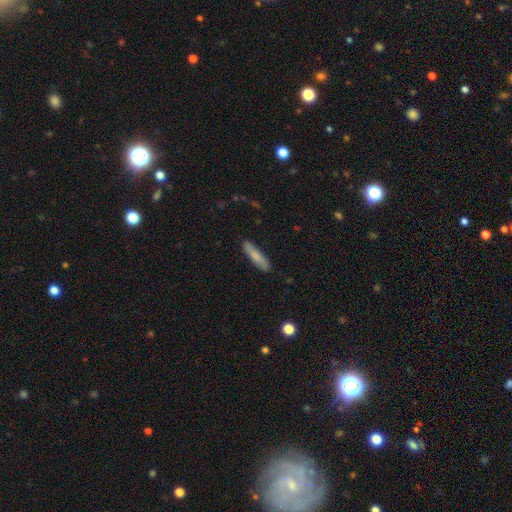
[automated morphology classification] smooth-or-featured: smooth: 77% | featured or disk: 17% | star or artifact: 6%
  how-rounded: cigar-shaped: 80% | in between: 19% | round: 1%
  merging: none: 85% | minor disturbance: 12% | major disturbance: 2% | merger: 1%